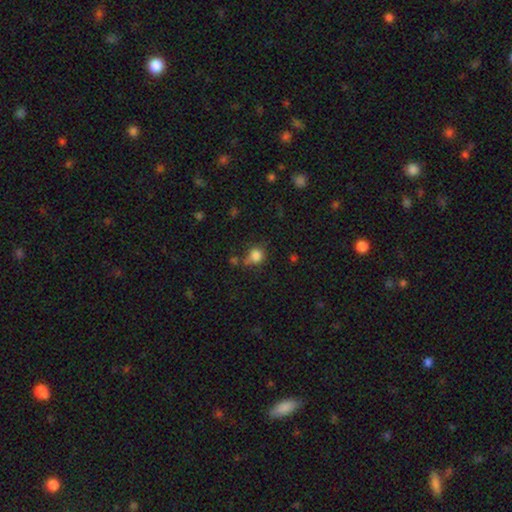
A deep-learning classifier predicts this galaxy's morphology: Smooth or featured? smooth (82%)
How rounded? round (77%)
Merging? none (58%)